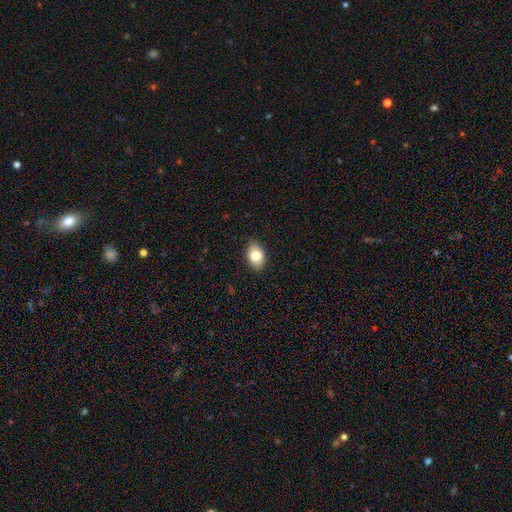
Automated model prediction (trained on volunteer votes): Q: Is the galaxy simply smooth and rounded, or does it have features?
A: smooth — 80%.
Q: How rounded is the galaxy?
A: in between — 86%.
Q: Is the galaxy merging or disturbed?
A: none — 86%.